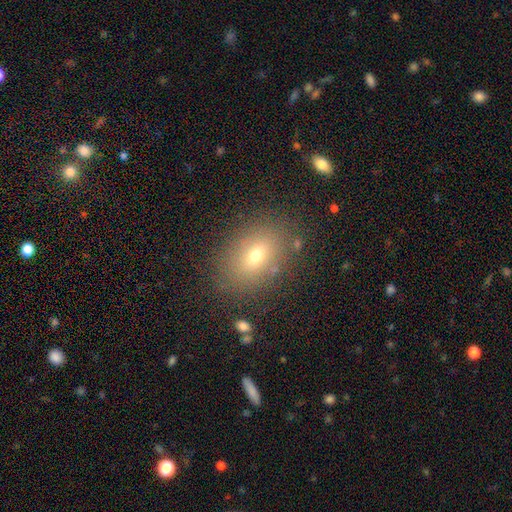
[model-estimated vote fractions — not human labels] Smooth or featured? Predicted: smooth (p=0.67). How rounded? Predicted: in between (p=0.75). Merging? Predicted: none (p=0.81).